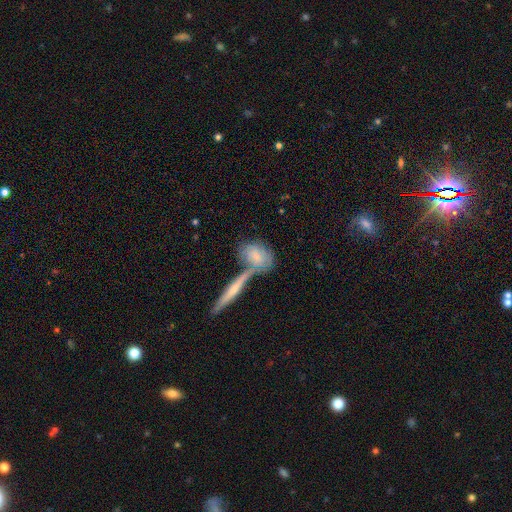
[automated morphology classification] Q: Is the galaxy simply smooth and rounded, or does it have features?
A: smooth — 55%.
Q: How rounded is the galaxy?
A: in between — 62%.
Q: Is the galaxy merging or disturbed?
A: none — 44%.